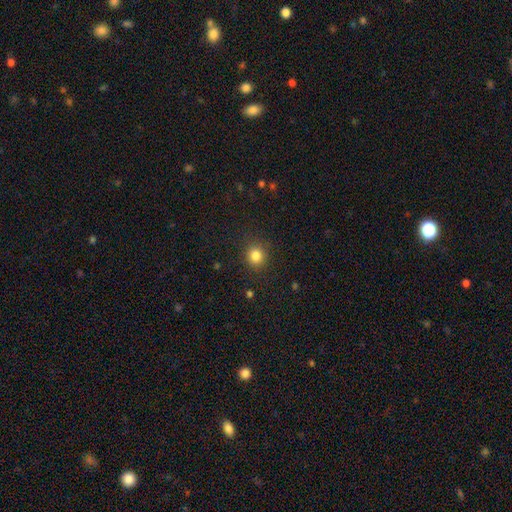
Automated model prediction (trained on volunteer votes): A smooth galaxy with no disk features (83%) that is round (87%).

Vote fractions:
- Smooth or featured? smooth: 83% / star or artifact: 12% / featured or disk: 5%
- How rounded? round: 87% / in between: 12% / cigar-shaped: 1%
- Merging? none: 89% / minor disturbance: 7% / major disturbance: 3% / merger: 1%